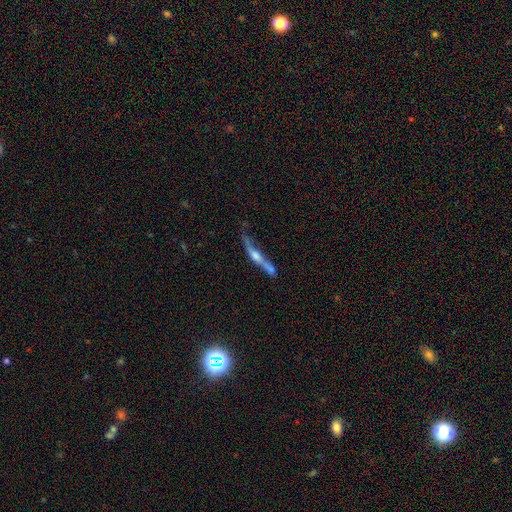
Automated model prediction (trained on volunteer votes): Morphology: type=featured or disk (69%); edge-on=yes (87%); edge-on bulge=rounded (80%); merging=none (45%).